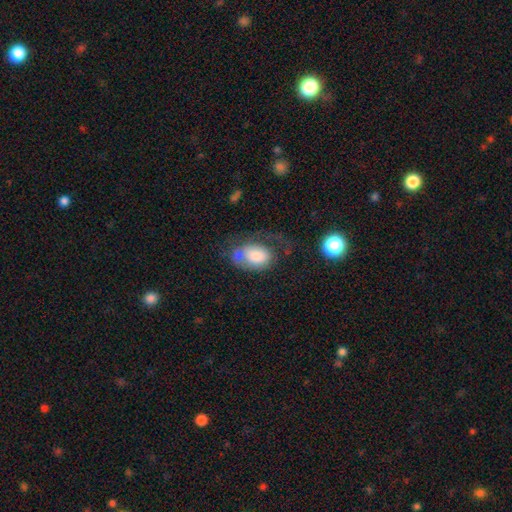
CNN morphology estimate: This appears to be a smooth galaxy with no disk features (64%) that is in between round and cigar-shaped (87%). Merging: major disturbance (35%).